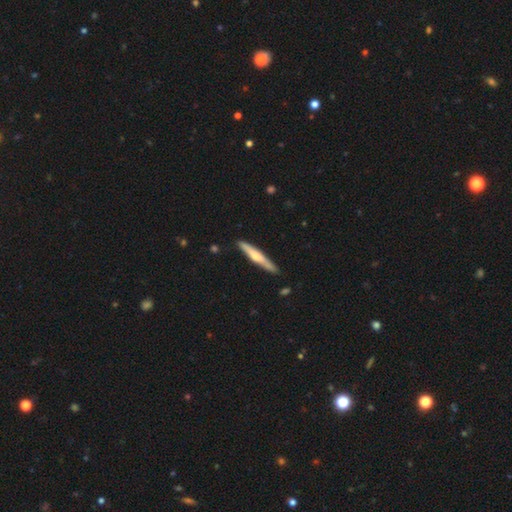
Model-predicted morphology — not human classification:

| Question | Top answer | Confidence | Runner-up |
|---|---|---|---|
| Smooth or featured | featured or disk | 55% | smooth (40%) |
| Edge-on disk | yes | 95% | no (5%) |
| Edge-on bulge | rounded | 82% | none (12%) |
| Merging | none | 86% | minor disturbance (10%) |